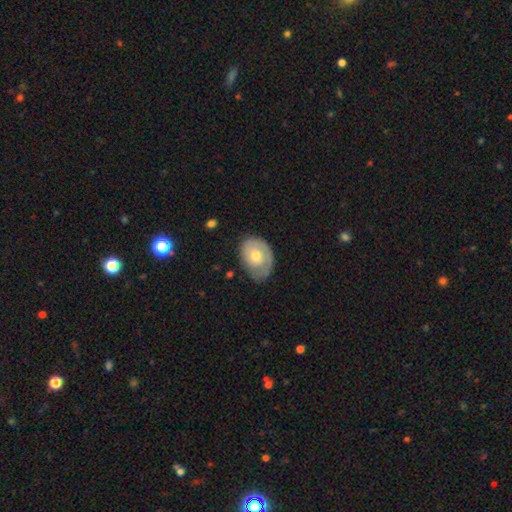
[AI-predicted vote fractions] A smooth galaxy with no disk features (49%).

Vote fractions:
- Smooth or featured? smooth: 49% / featured or disk: 45% / star or artifact: 6%
- Merging? none: 56% / minor disturbance: 31% / major disturbance: 11% / merger: 2%